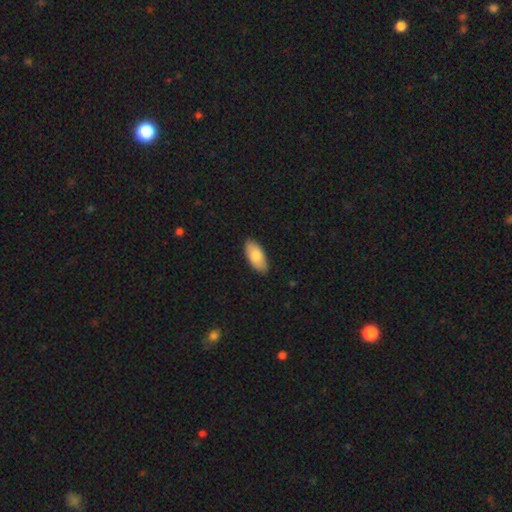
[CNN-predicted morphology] A smooth galaxy with no disk features (80%) that is in between round and cigar-shaped (92%). Merging: none (86%).